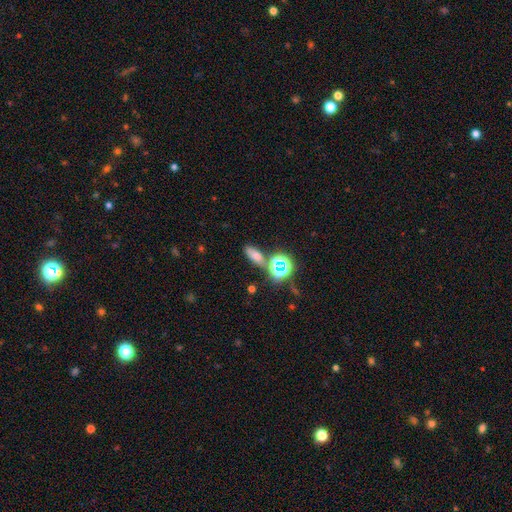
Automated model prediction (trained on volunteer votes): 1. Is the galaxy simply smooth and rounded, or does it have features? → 62% smooth, 27% star or artifact, 11% featured or disk.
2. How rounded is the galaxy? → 68% in between, 19% cigar-shaped, 13% round.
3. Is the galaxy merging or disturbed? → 73% none, 12% minor disturbance, 11% merger, 4% major disturbance.